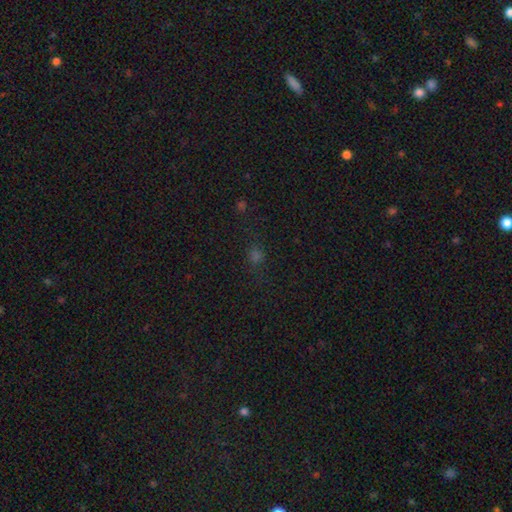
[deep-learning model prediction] smooth_or_featured: smooth (p=0.48) [alt: star or artifact p=0.42]
merging: none (p=0.77) [alt: minor disturbance p=0.13]